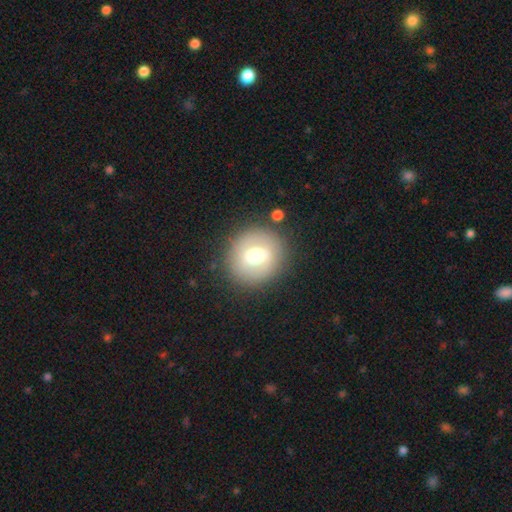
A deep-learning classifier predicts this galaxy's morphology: Q: Smooth or featured?
A: smooth (55%); runner-up: featured or disk (37%)
Q: How rounded?
A: round (84%); runner-up: in between (15%)
Q: Merging?
A: none (83%); runner-up: minor disturbance (10%)